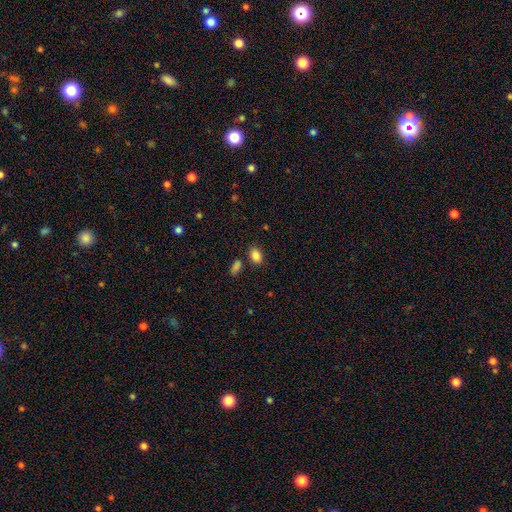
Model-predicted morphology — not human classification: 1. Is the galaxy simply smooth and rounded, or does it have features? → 86% smooth, 10% star or artifact, 4% featured or disk.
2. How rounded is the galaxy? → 82% in between, 16% round, 1% cigar-shaped.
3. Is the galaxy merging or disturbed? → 77% none, 12% minor disturbance, 8% merger, 3% major disturbance.